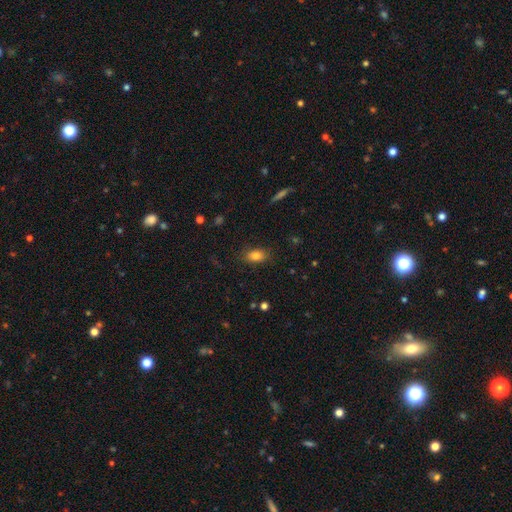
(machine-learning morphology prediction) A smooth galaxy with no disk features (82%) that is in between round and cigar-shaped (84%).

Vote fractions:
- Smooth or featured? smooth: 82% / star or artifact: 10% / featured or disk: 7%
- How rounded? in between: 84% / round: 12% / cigar-shaped: 4%
- Merging? none: 83% / minor disturbance: 12% / major disturbance: 3% / merger: 1%